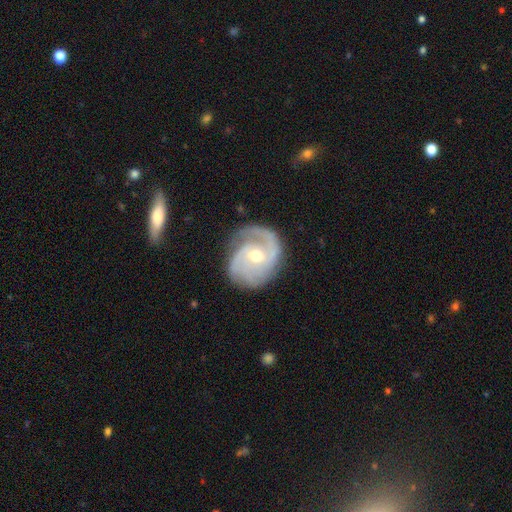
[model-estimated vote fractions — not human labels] Morphology: type=featured or disk (89%); edge-on=no (98%); bar=no (60%); spiral arms=yes (97%); winding=tight (44%); arm count=2 (48%); bulge=moderate (61%); merging=none (73%).